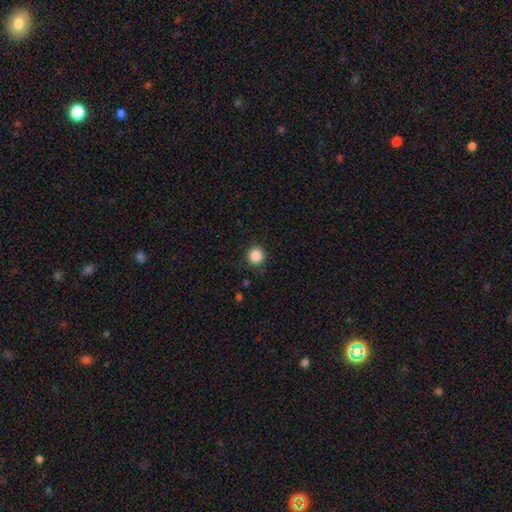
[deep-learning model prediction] smooth-or-featured: smooth: 87% | star or artifact: 10% | featured or disk: 3%
  how-rounded: round: 94% | in between: 5% | cigar-shaped: 1%
  merging: none: 87% | minor disturbance: 9% | major disturbance: 3% | merger: 1%